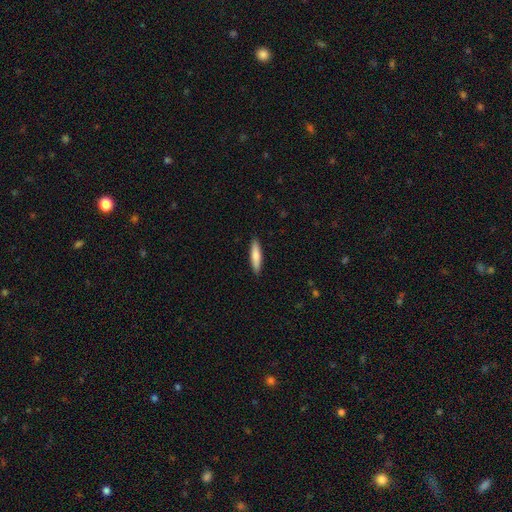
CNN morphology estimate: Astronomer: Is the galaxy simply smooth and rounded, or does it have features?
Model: smooth — 76%.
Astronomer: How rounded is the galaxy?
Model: cigar-shaped — 80%.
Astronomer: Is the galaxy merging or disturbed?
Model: none — 90%.